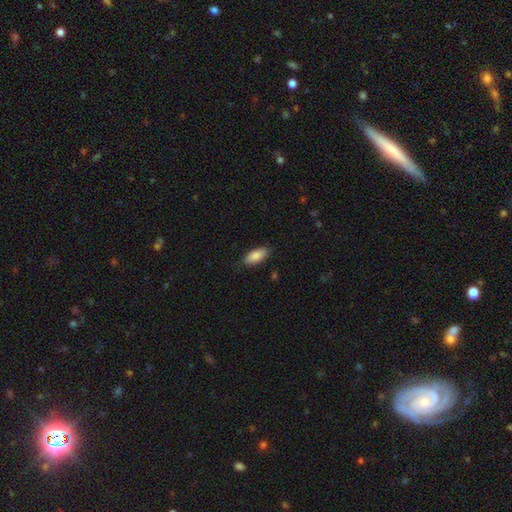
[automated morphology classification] type=smooth (87%); roundness=in between (86%); merging=none (84%).